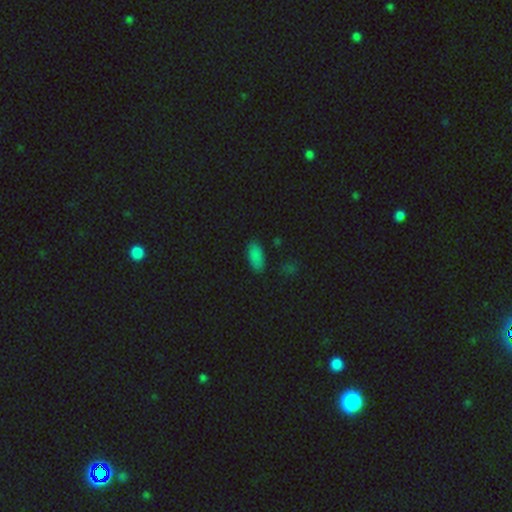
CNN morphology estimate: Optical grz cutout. It shows a smooth galaxy with no disk features (83%) that is in between round and cigar-shaped (89%). Merging: none (85%).